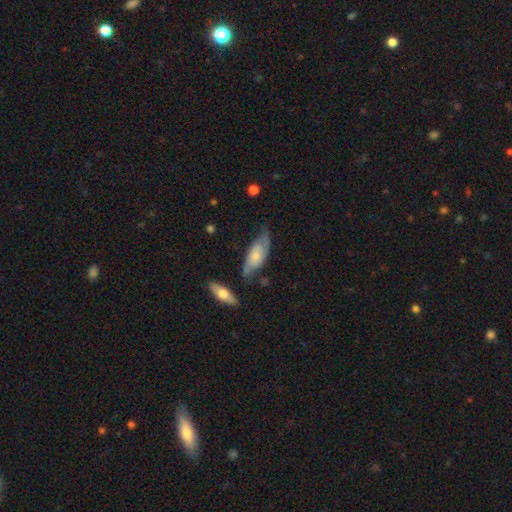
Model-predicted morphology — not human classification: Smooth or featured: featured or disk — 61% (smooth — 33%)
Edge-on disk: no — 86% (yes — 14%)
Bar: no — 72% (weak — 23%)
Spiral arms: yes — 86% (no — 14%)
Bulge size: small — 57% (moderate — 31%)
Merging: none — 52% (minor disturbance — 29%)